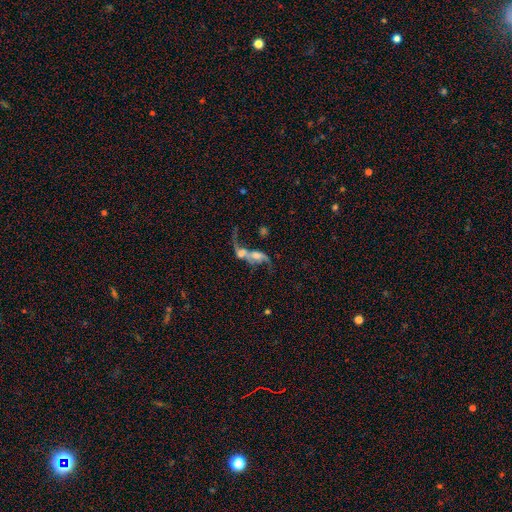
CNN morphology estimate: smooth-or-featured: featured or disk: 68% | smooth: 22% | star or artifact: 10%
  disk-edge-on: no: 92% | yes: 8%
    bar: no: 57% | weak: 31% | strong: 12%
    has-spiral-arms: yes: 78% | no: 22%
    bulge-size: moderate: 33% | small: 22% | none: 21% | large: 19% | dominant: 4%
  merging: merger: 66% | major disturbance: 15% | none: 13% | minor disturbance: 6%